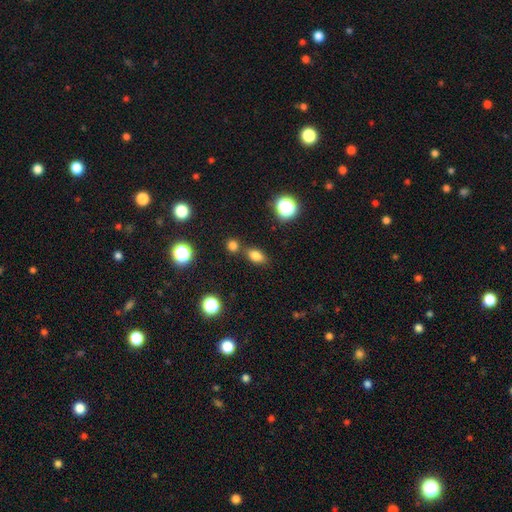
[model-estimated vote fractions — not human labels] Morphology: type=smooth (79%); roundness=in between (80%); merging=none (71%).